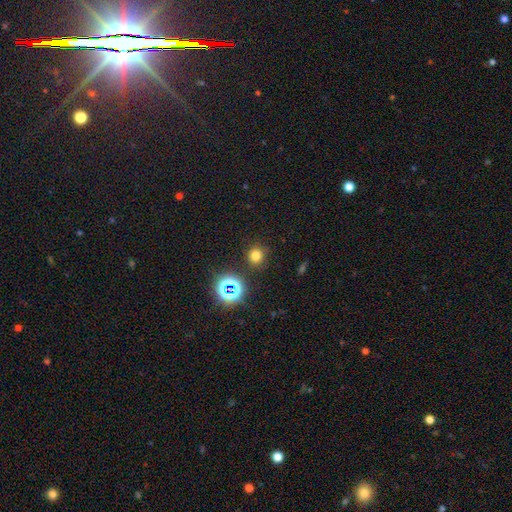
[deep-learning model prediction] A smooth galaxy with no disk features (72%) that is round (89%). Merging: none (88%).